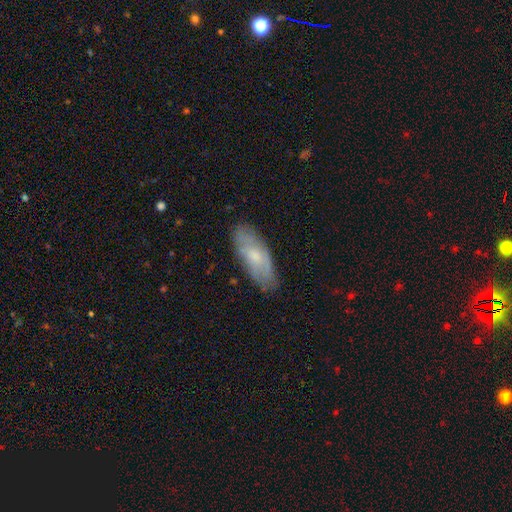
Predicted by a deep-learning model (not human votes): Smooth or featured: smooth — 54% (featured or disk — 39%)
How rounded: in between — 74% (cigar-shaped — 24%)
Merging: none — 78% (minor disturbance — 17%)